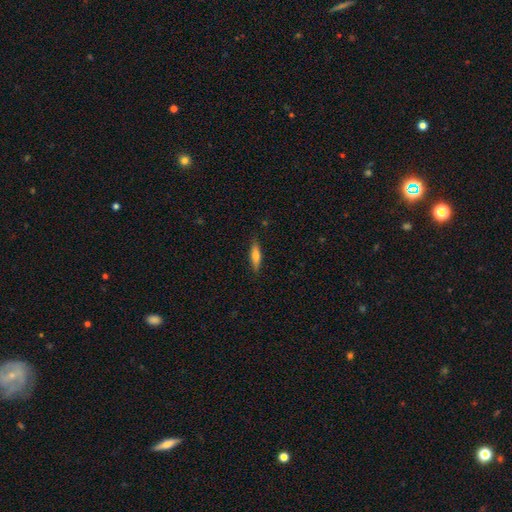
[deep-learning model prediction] Overall: smooth (67%; featured or disk 27%). How rounded: cigar-shaped (70%). Merging: none (86%).